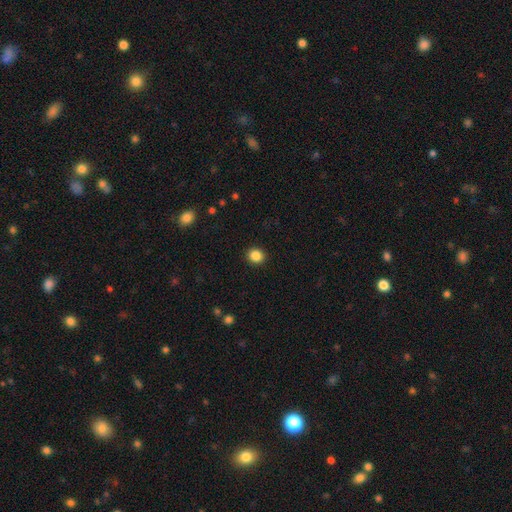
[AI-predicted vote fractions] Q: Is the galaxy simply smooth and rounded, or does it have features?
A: smooth — 86%.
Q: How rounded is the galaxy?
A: round — 86%.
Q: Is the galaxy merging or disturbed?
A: none — 92%.